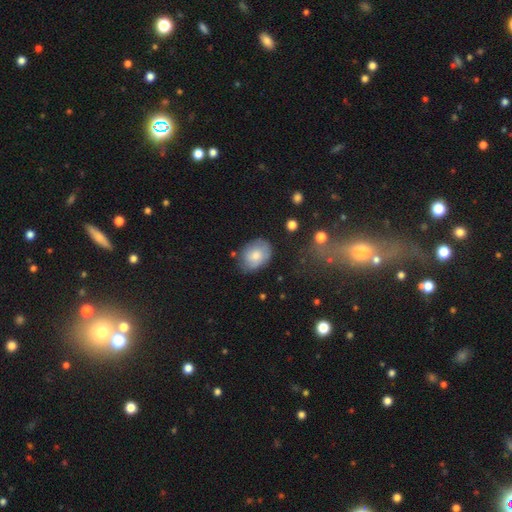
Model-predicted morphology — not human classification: smooth 63%, featured or disk 29%, star or artifact 7%. Down the decision tree: how rounded — in between (66%); merging — none (67%).